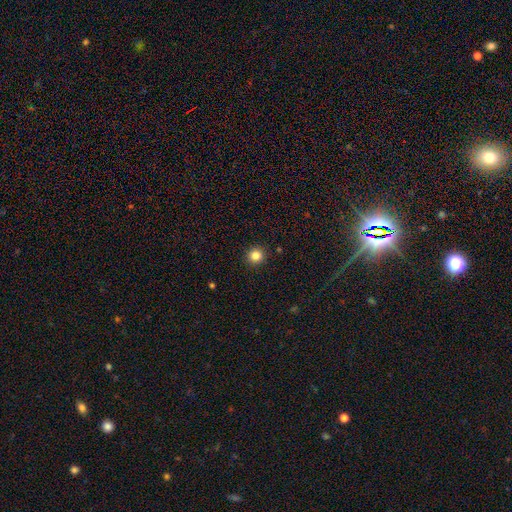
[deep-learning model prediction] Smooth or featured?
  - smooth: 84% *
  - star or artifact: 12%
  - featured or disk: 4%
How rounded?
  - round: 93% *
  - in between: 6%
  - cigar-shaped: 1%
Merging?
  - none: 92% *
  - minor disturbance: 5%
  - major disturbance: 2%
  - merger: 1%